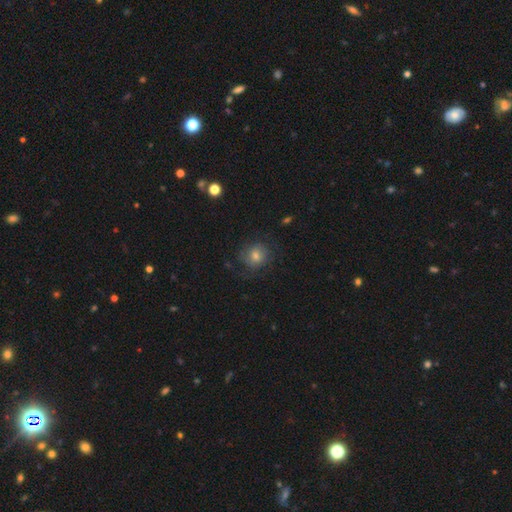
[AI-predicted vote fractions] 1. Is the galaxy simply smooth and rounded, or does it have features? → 53% smooth, 30% featured or disk, 17% star or artifact.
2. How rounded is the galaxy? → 81% round, 18% in between, 1% cigar-shaped.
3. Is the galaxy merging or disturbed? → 72% none, 17% minor disturbance, 10% major disturbance, 1% merger.